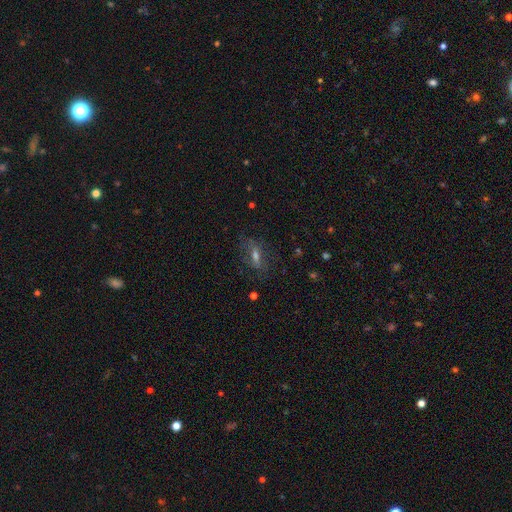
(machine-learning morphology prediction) Smooth or featured?
  - featured or disk: 45% *
  - smooth: 35%
  - star or artifact: 20%
Merging?
  - none: 70% *
  - minor disturbance: 17%
  - major disturbance: 11%
  - merger: 2%